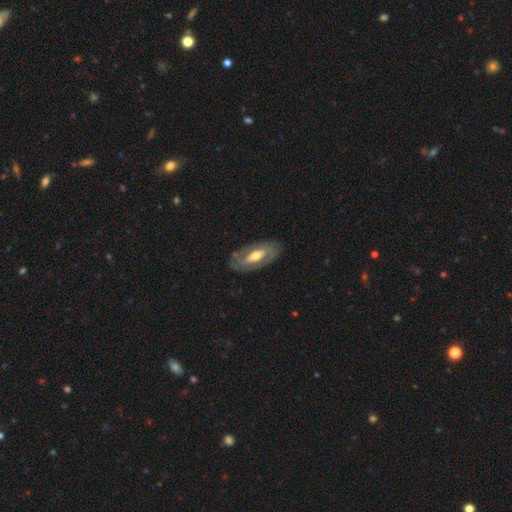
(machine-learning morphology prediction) smooth-or-featured: featured or disk: 65% | smooth: 30% | star or artifact: 5%
  disk-edge-on: no: 85% | yes: 15%
    bar: no: 42% | weak: 31% | strong: 26%
    has-spiral-arms: no: 55% | yes: 45%
    bulge-size: moderate: 66% | small: 21% | large: 11% | dominant: 1% | none: 1%
  merging: none: 81% | minor disturbance: 13% | major disturbance: 5% | merger: 1%